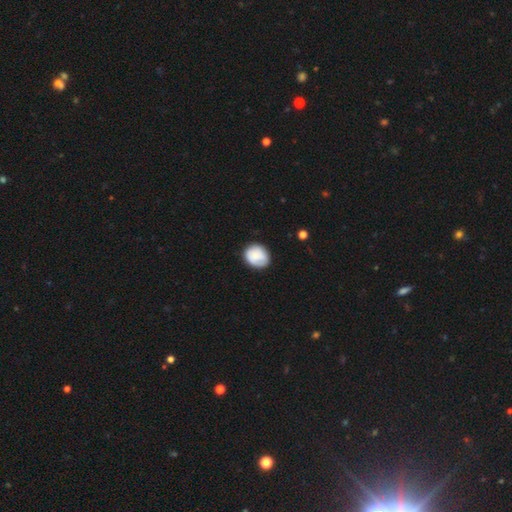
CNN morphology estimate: A smooth galaxy with no disk features (82%) that is round (67%).

Vote fractions:
- Smooth or featured? smooth: 82% / featured or disk: 11% / star or artifact: 7%
- How rounded? round: 67% / in between: 32% / cigar-shaped: 1%
- Merging? none: 79% / minor disturbance: 17% / major disturbance: 3% / merger: 1%